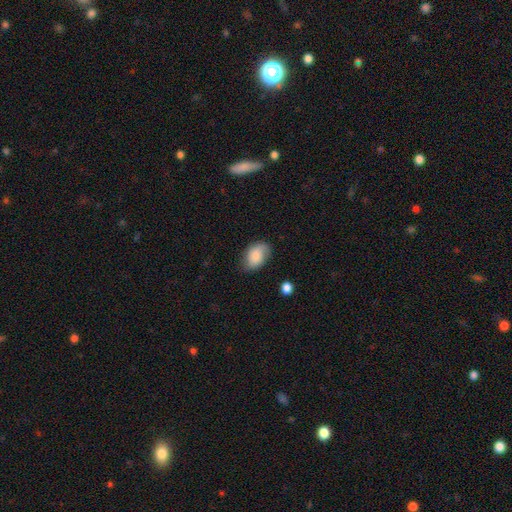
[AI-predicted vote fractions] The model was most divided on "merging": none: 70%, minor disturbance: 23%, major disturbance: 5%, merger: 2%. More confident: how rounded — in between (88%); smooth or featured — smooth (76%).